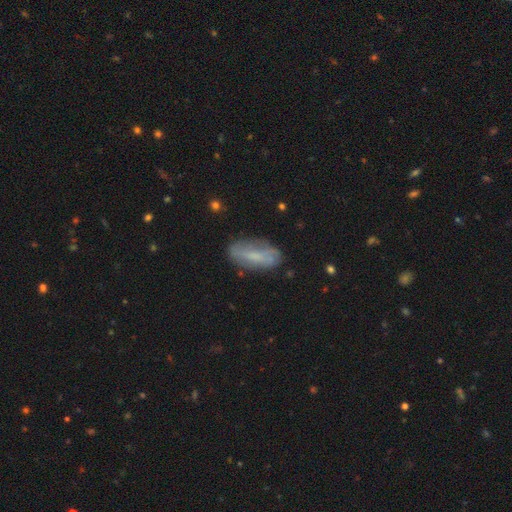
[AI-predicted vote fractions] This appears to be a smooth galaxy with no disk features (62%) that is in between round and cigar-shaped (77%). Merging: none (72%).